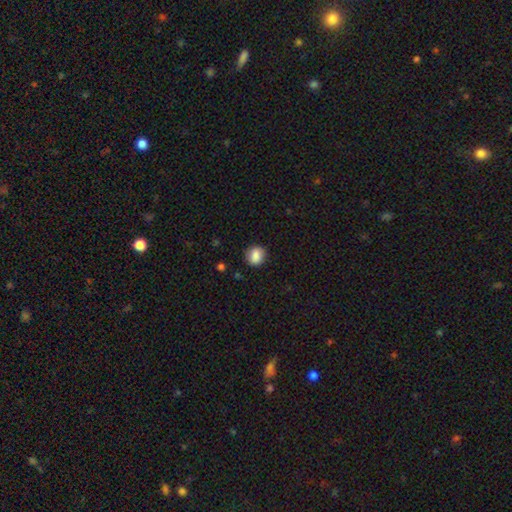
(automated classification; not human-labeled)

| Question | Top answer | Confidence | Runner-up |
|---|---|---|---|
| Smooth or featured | smooth | 86% | star or artifact (8%) |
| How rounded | round | 74% | in between (25%) |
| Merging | none | 86% | minor disturbance (10%) |